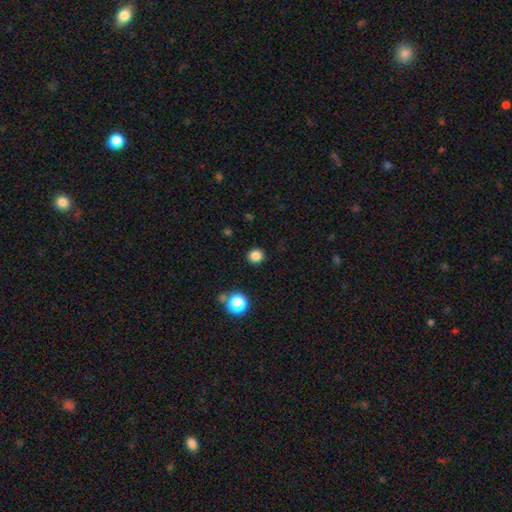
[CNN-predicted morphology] Smooth or featured?
  - smooth: 83% *
  - star or artifact: 13%
  - featured or disk: 4%
How rounded?
  - round: 92% *
  - in between: 7%
  - cigar-shaped: 1%
Merging?
  - none: 91% *
  - minor disturbance: 6%
  - major disturbance: 2%
  - merger: 1%